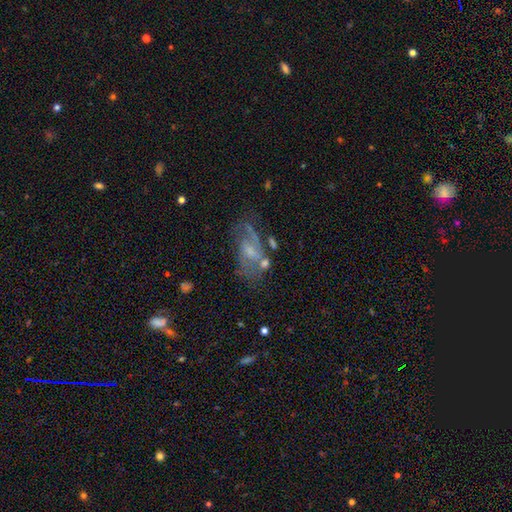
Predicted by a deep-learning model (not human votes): Smooth or featured: featured or disk — 68% (smooth — 19%)
Edge-on disk: no — 94% (yes — 6%)
Bar: weak — 45% (no — 44%)
Spiral arms: yes — 78% (no — 22%)
Bulge size: small — 46% (moderate — 29%)
Merging: none — 50% (minor disturbance — 21%)